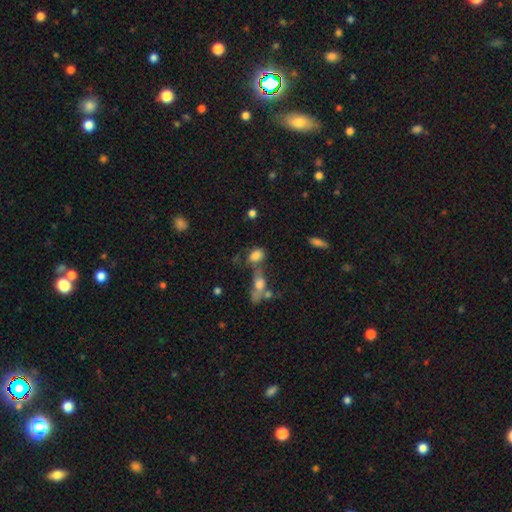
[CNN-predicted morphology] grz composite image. It shows a smooth galaxy with no disk features (76%) that is in between round and cigar-shaped (77%). Merging: none (40%).